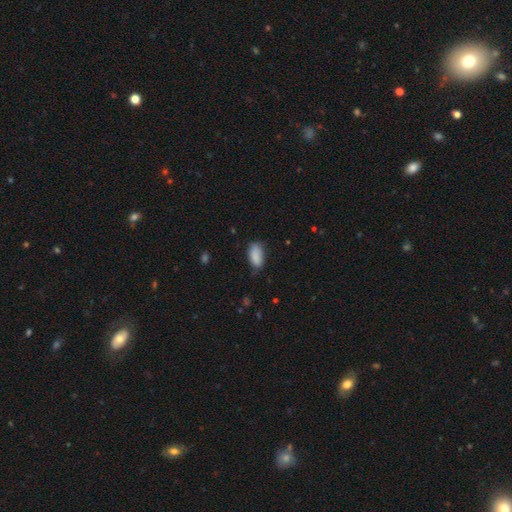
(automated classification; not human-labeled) smooth 88%, star or artifact 8%, featured or disk 5%. Down the decision tree: how rounded — in between (92%); merging — none (67%).